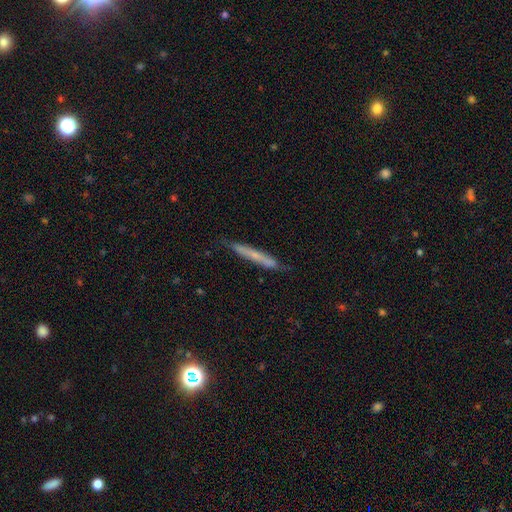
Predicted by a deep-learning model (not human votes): Morphology: type=smooth (48%); merging=none (81%).